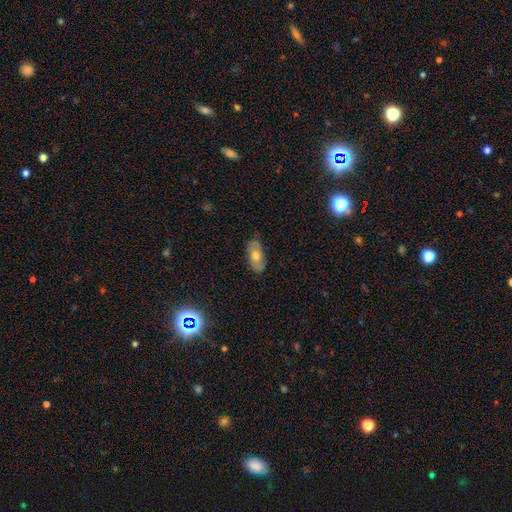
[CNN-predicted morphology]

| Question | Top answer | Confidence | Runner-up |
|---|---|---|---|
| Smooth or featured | smooth | 60% | featured or disk (32%) |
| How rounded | in between | 90% | cigar-shaped (6%) |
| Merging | none | 84% | minor disturbance (13%) |